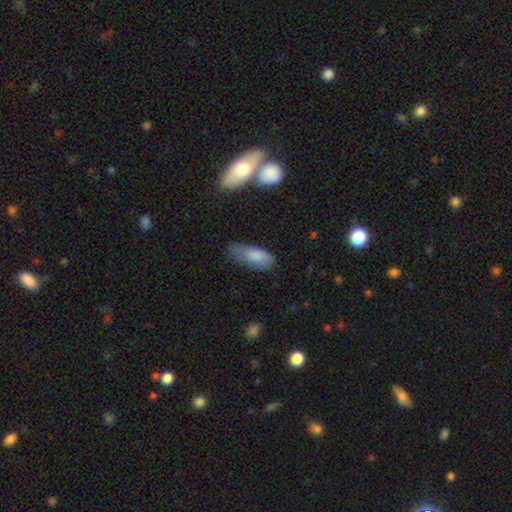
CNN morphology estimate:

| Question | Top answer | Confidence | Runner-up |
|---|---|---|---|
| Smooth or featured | smooth | 77% | featured or disk (15%) |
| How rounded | in between | 81% | cigar-shaped (16%) |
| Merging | none | 48% | minor disturbance (36%) |